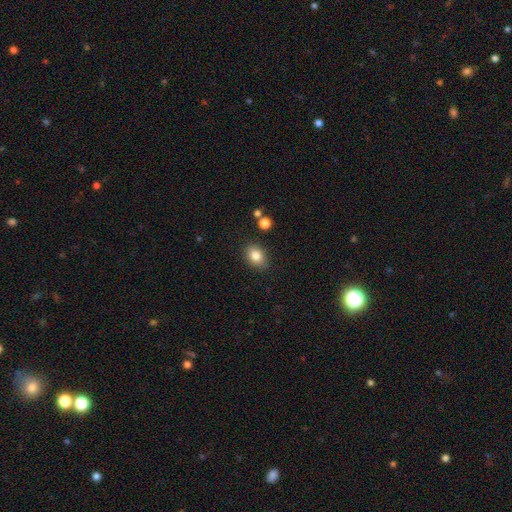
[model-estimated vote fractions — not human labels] Overall: smooth (83%). How rounded: in between (65%; round 34%). Merging: none (84%).